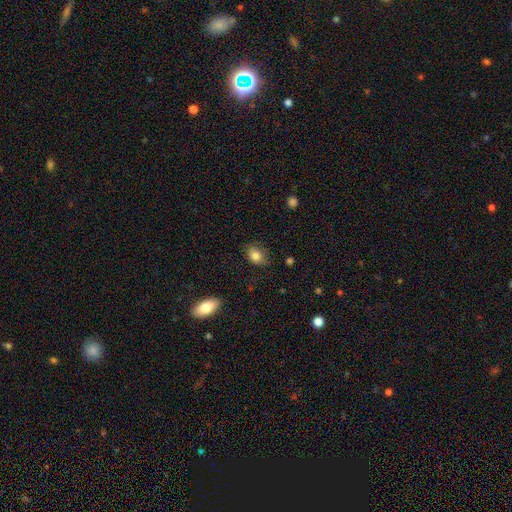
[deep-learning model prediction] A smooth galaxy with no disk features (82%) that is in between round and cigar-shaped (73%).

Vote fractions:
- Smooth or featured? smooth: 82% / featured or disk: 10% / star or artifact: 9%
- How rounded? in between: 73% / round: 26% / cigar-shaped: 1%
- Merging? none: 74% / minor disturbance: 20% / major disturbance: 4% / merger: 1%